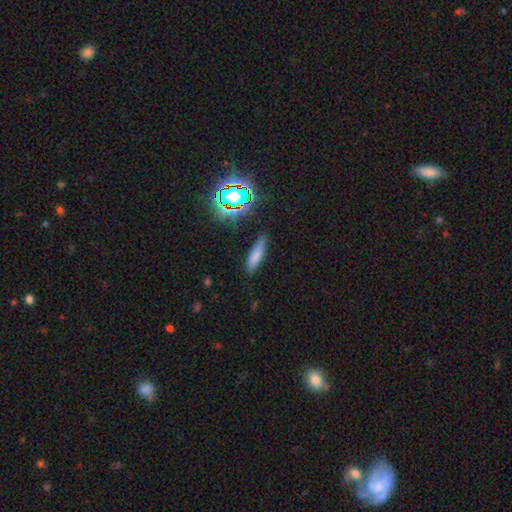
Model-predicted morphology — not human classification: smooth-or-featured: smooth: 71% | featured or disk: 15% | star or artifact: 14%
  how-rounded: cigar-shaped: 67% | in between: 31% | round: 2%
  merging: none: 80% | minor disturbance: 14% | major disturbance: 3% | merger: 2%